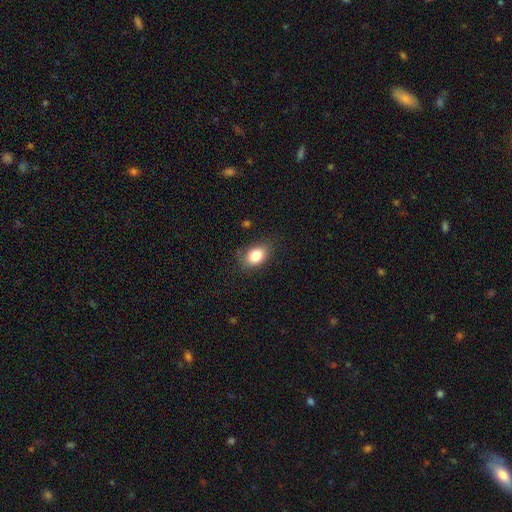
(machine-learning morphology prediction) smooth_or_featured: smooth (p=0.83) [alt: star or artifact p=0.09]
how_rounded: in between (p=0.76) [alt: round p=0.23]
merging: none (p=0.76) [alt: minor disturbance p=0.18]